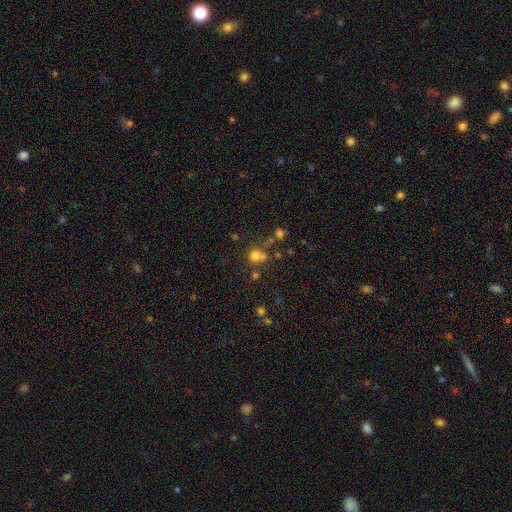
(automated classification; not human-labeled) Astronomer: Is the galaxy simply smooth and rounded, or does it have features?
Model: smooth — 70%.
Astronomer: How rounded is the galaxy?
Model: round — 89%.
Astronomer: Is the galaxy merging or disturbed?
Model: none — 58%.